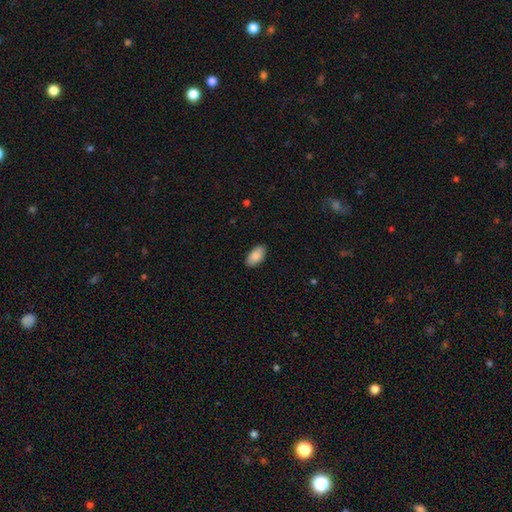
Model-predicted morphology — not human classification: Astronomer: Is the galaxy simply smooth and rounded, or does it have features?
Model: smooth — 88%.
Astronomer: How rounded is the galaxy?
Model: in between — 95%.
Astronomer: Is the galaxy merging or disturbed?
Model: none — 89%.